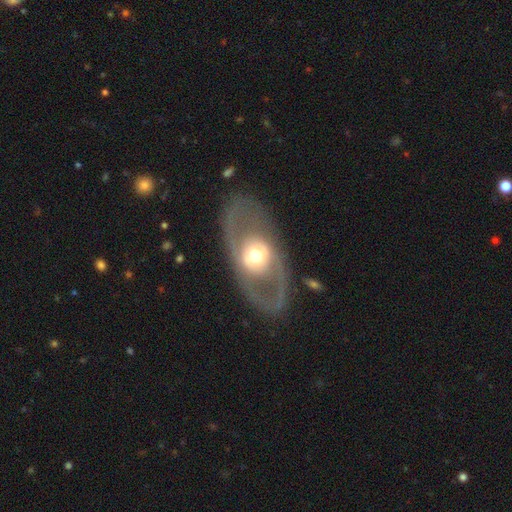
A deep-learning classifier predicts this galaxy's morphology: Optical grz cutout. It shows a featured or disk galaxy (70%) with no bar (64%), no spiral arms (63%) and a moderate central bulge (59%). Merging: none (76%).